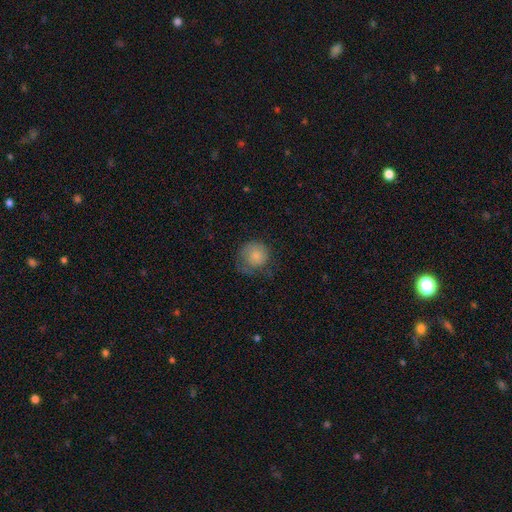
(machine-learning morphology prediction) type=smooth (76%); roundness=round (87%); merging=none (45%).